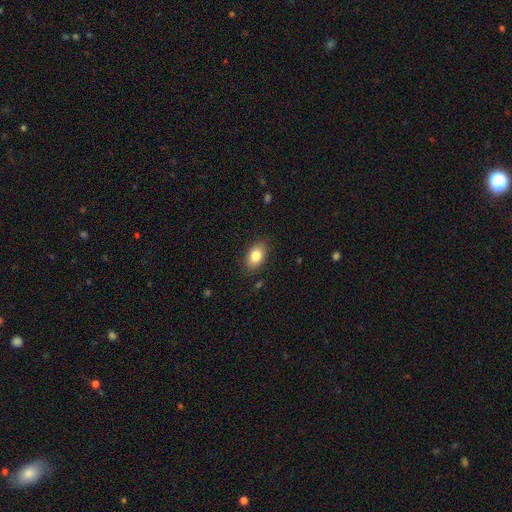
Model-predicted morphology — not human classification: type=smooth (83%); roundness=in between (89%); merging=none (85%).